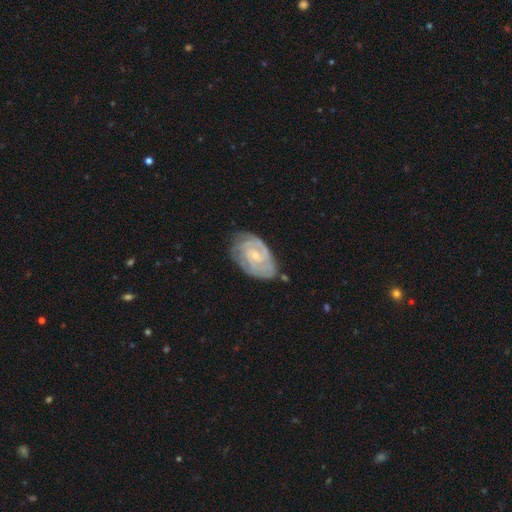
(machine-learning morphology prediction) The model was most divided on "bar": no: 49%, weak: 43%, strong: 8%. Remaining: edge-on disk — no (97%); spiral arms — yes (96%); smooth or featured — featured or disk (84%); spiral winding — tight (71%); bulge size — small (70%); merging — none (69%); spiral arm count — 2 (42%).